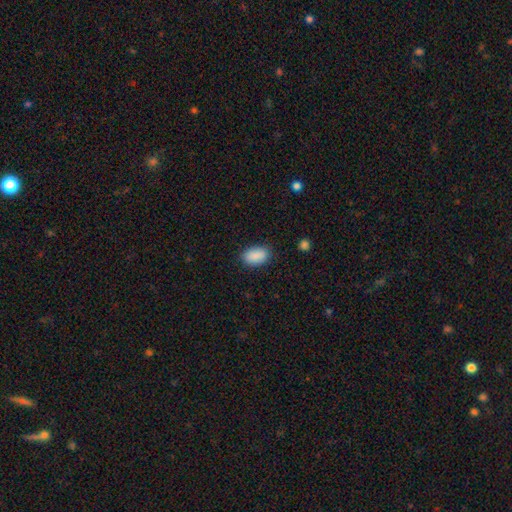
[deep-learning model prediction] Q: Smooth or featured?
A: smooth (90%); runner-up: star or artifact (7%)
Q: How rounded?
A: in between (92%); runner-up: round (6%)
Q: Merging?
A: none (85%); runner-up: minor disturbance (11%)